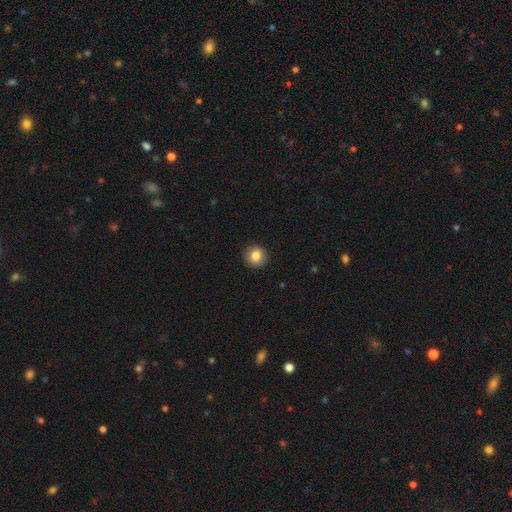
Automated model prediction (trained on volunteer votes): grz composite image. It shows a smooth galaxy with no disk features (83%) that is round (92%). Merging: none (91%).